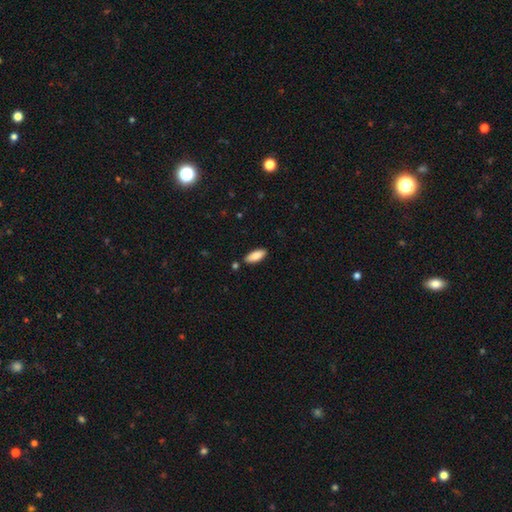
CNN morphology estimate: This is clearly a smooth galaxy (85%). How rounded: likely in between (79%). Merging: clearly none (85%).